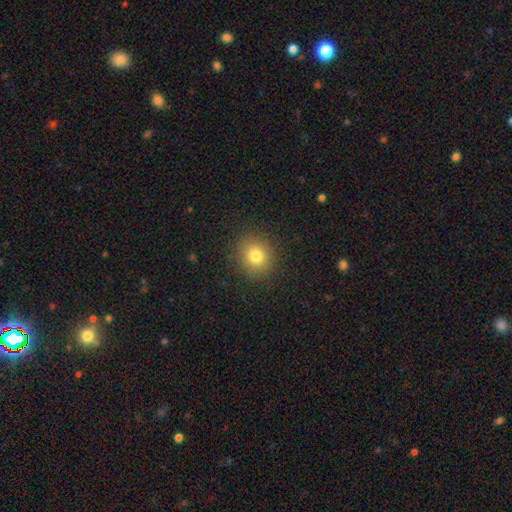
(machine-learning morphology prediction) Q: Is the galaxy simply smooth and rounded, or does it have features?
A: smooth — 80%.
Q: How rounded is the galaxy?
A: round — 83%.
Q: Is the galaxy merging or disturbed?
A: none — 89%.